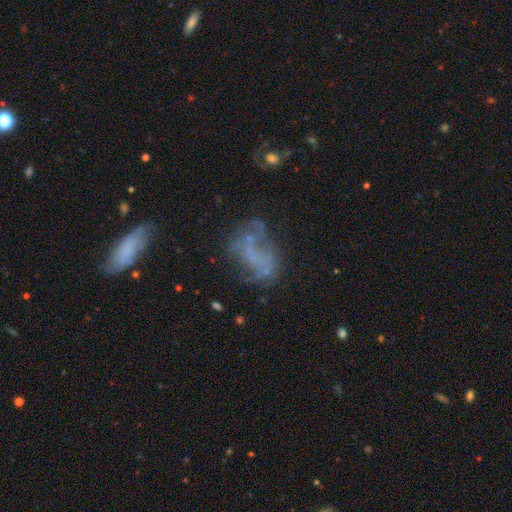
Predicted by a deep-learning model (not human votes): Morphology: type=featured or disk (50%); edge-on=no (96%); merging=none (42%).